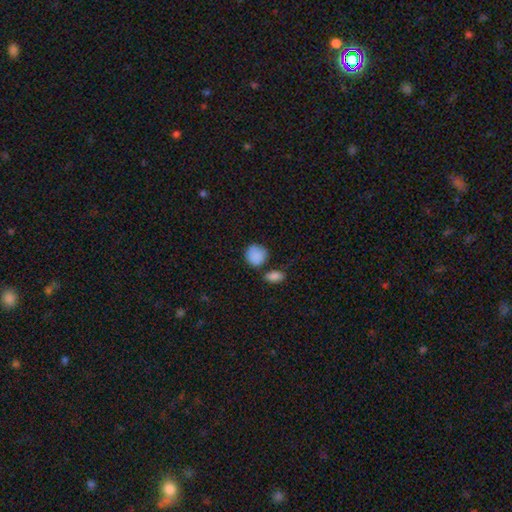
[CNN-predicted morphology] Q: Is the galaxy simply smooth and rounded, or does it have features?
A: smooth — 87%.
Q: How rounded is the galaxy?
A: round — 81%.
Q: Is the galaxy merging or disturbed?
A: none — 65%.